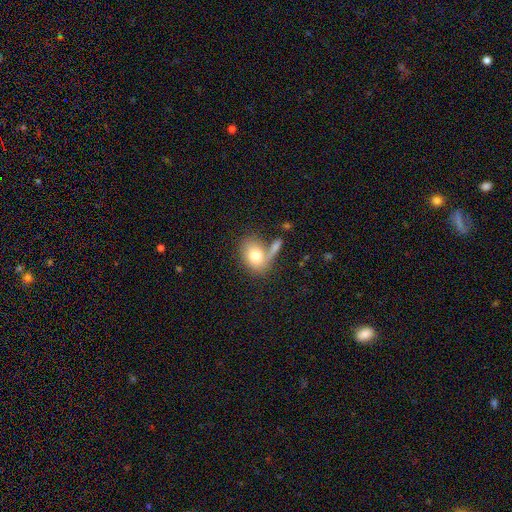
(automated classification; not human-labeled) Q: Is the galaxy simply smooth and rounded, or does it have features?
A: smooth — 76%.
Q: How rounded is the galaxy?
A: in between — 65%.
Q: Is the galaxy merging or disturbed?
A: none — 47%.